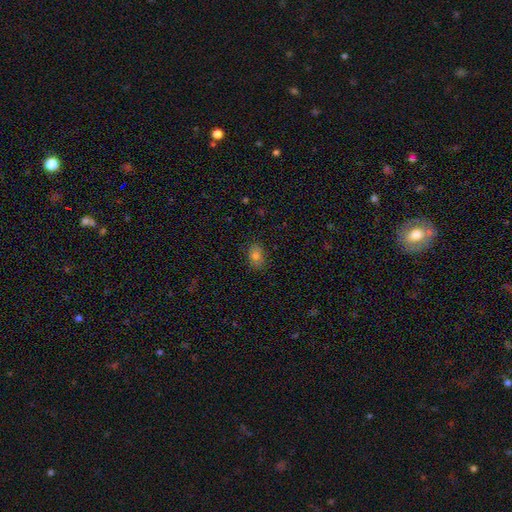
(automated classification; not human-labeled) Overall: smooth (78%). How rounded: in between (72%). Merging: none (82%).